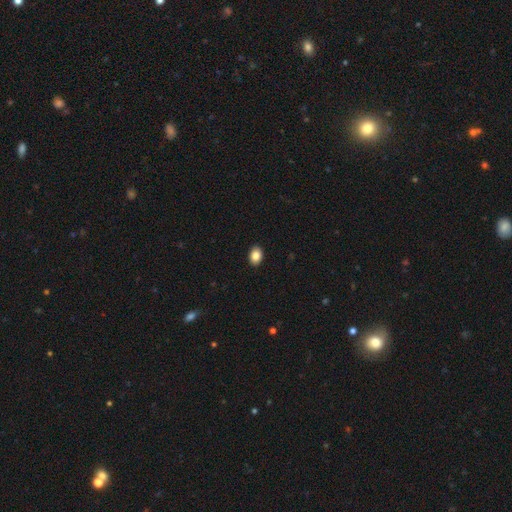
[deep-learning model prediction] smooth 86%, star or artifact 8%, featured or disk 6%. Down the decision tree: how rounded — in between (82%); merging — none (91%).